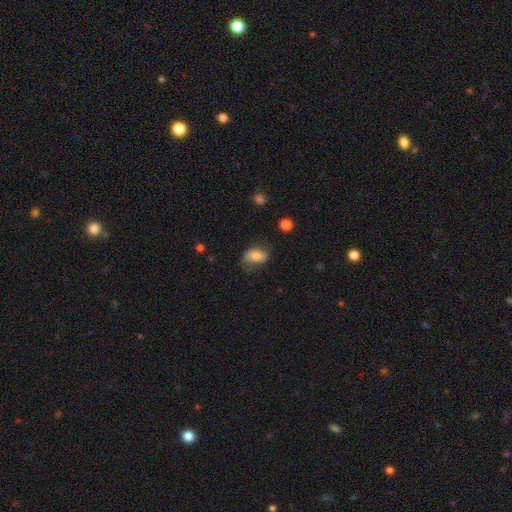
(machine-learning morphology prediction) smooth 79%, featured or disk 13%, star or artifact 8%. Down the decision tree: how rounded — in between (85%); merging — none (55%).